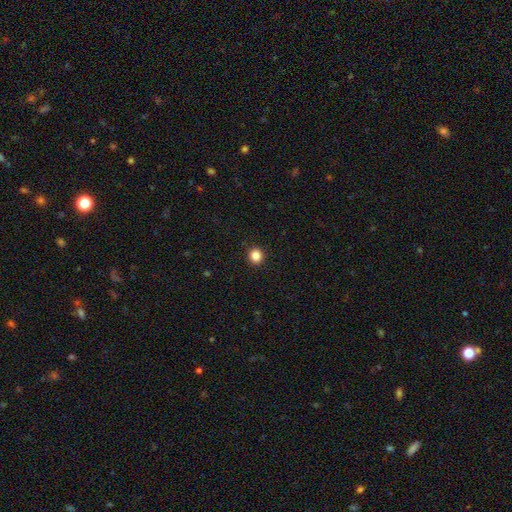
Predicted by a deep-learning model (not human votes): This appears to be a smooth galaxy with no disk features (85%) that is round (87%). Merging: none (93%).